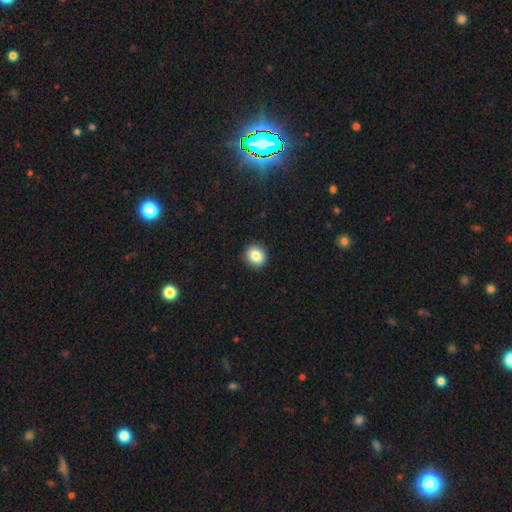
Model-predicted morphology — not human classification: The model was most divided on "how rounded": round: 78%, in between: 21%, cigar-shaped: 1%. More confident: merging — none (90%); smooth or featured — smooth (85%).